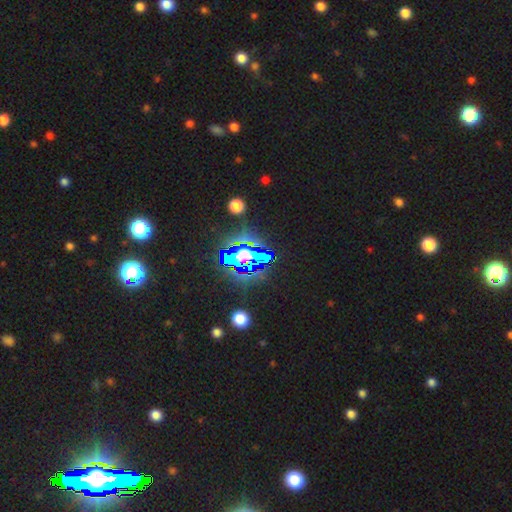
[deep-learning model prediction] star or artifact 69%, smooth 18%, featured or disk 13%.